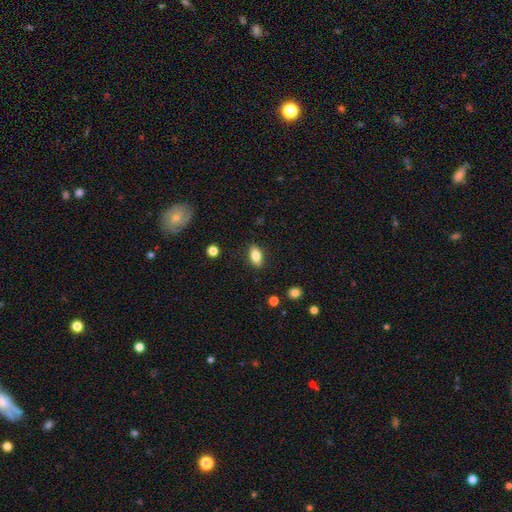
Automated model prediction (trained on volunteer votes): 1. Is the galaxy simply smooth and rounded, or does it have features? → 79% smooth, 13% featured or disk, 8% star or artifact.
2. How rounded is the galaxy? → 86% in between, 8% cigar-shaped, 6% round.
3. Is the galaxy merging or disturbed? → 87% none, 10% minor disturbance, 2% major disturbance, 1% merger.